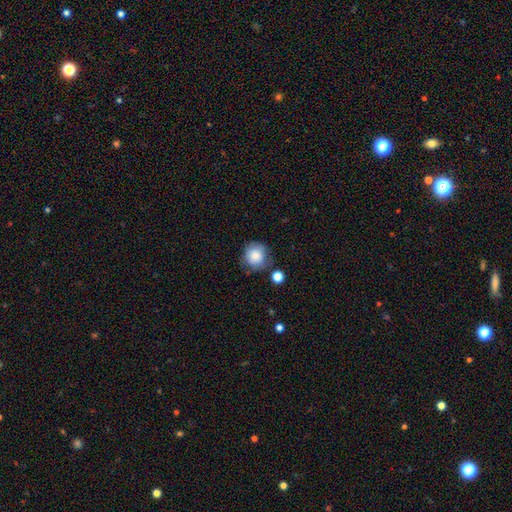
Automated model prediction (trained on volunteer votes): The model was most divided on "merging": none: 68%, minor disturbance: 20%, merger: 7%, major disturbance: 6%. More confident: how rounded — round (90%); smooth or featured — smooth (81%).